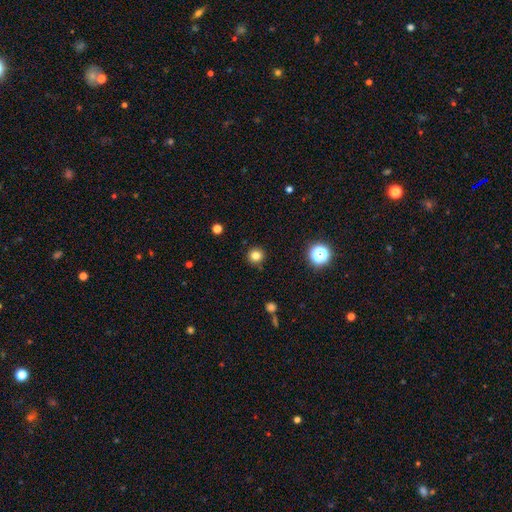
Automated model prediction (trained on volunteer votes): Morphology: type=smooth (80%); roundness=round (94%); merging=none (89%).